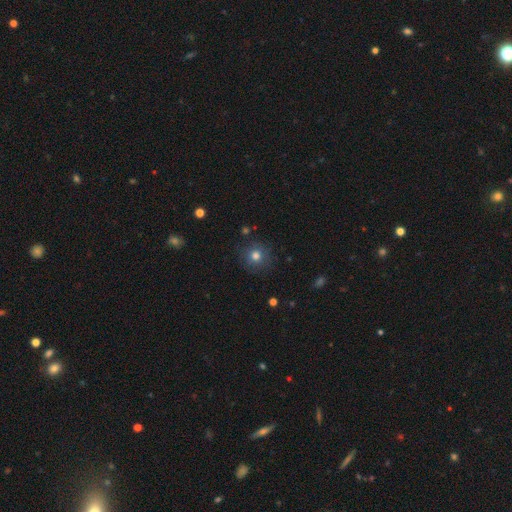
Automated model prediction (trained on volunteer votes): Q: Smooth or featured?
A: smooth (78%); runner-up: star or artifact (14%)
Q: How rounded?
A: round (92%); runner-up: in between (7%)
Q: Merging?
A: none (86%); runner-up: minor disturbance (9%)